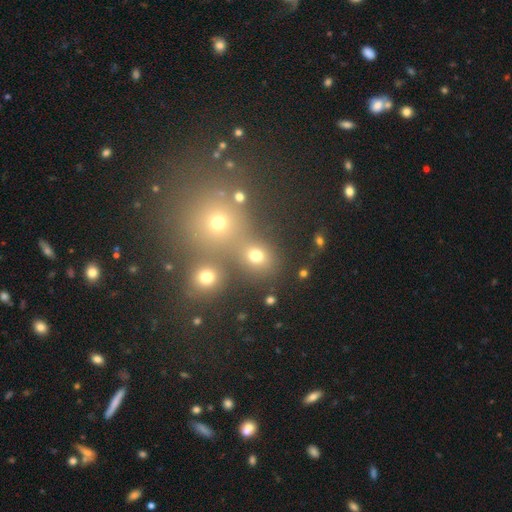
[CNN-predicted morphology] Smooth or featured?
  - smooth: 72% *
  - star or artifact: 20%
  - featured or disk: 8%
How rounded?
  - round: 74% *
  - in between: 25%
  - cigar-shaped: 1%
Merging?
  - none: 62% *
  - merger: 26%
  - minor disturbance: 8%
  - major disturbance: 4%